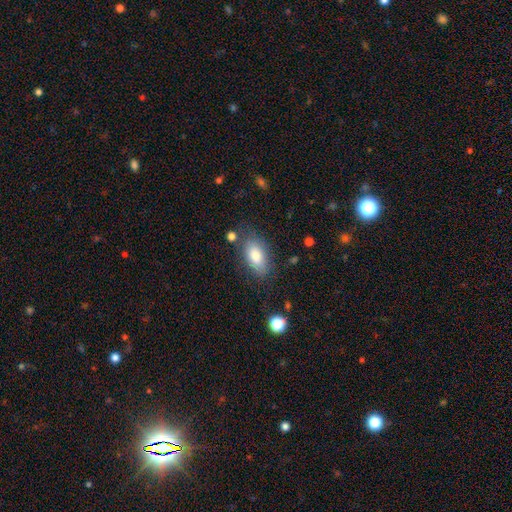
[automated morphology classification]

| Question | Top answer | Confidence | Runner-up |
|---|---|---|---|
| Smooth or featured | smooth | 80% | featured or disk (13%) |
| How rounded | in between | 91% | round (5%) |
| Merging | none | 75% | minor disturbance (16%) |